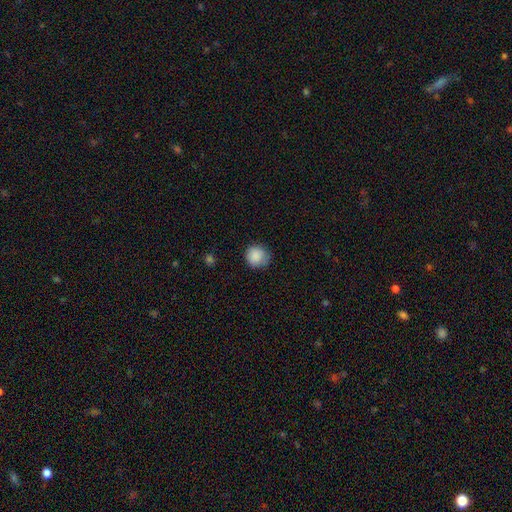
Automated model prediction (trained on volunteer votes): Q: Smooth or featured?
A: smooth (87%); runner-up: star or artifact (8%)
Q: How rounded?
A: round (89%); runner-up: in between (10%)
Q: Merging?
A: none (73%); runner-up: minor disturbance (21%)